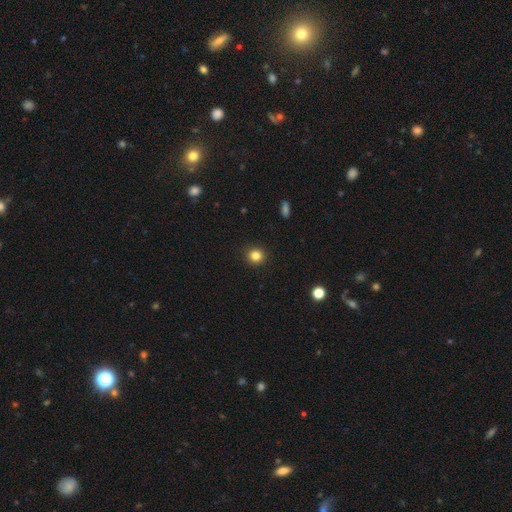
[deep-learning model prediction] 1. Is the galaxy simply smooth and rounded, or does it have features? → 83% smooth, 12% star or artifact, 5% featured or disk.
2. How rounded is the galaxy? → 91% round, 8% in between, 1% cigar-shaped.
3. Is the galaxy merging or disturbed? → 92% none, 5% minor disturbance, 2% major disturbance, 1% merger.